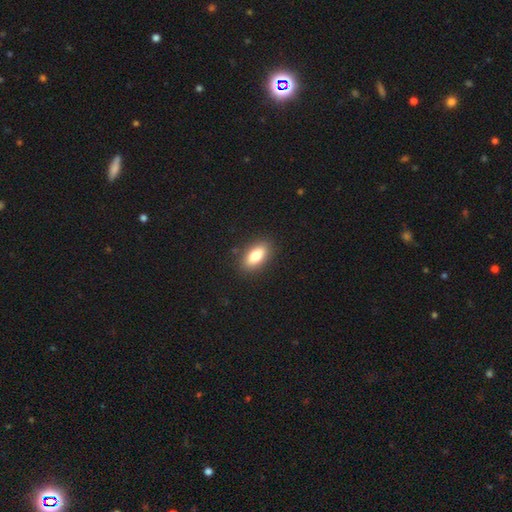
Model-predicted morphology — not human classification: smooth-or-featured: smooth: 80% | featured or disk: 13% | star or artifact: 7%
  how-rounded: in between: 86% | cigar-shaped: 10% | round: 4%
  merging: none: 88% | minor disturbance: 8% | major disturbance: 2% | merger: 1%